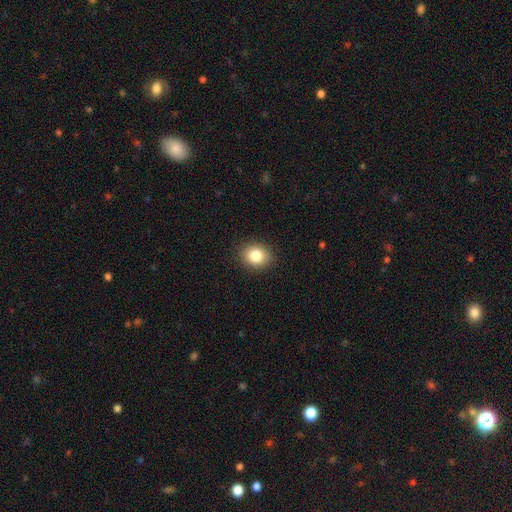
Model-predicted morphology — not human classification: Smooth or featured? Predicted: smooth (p=0.83). How rounded? Predicted: round (p=0.62). Merging? Predicted: none (p=0.89).